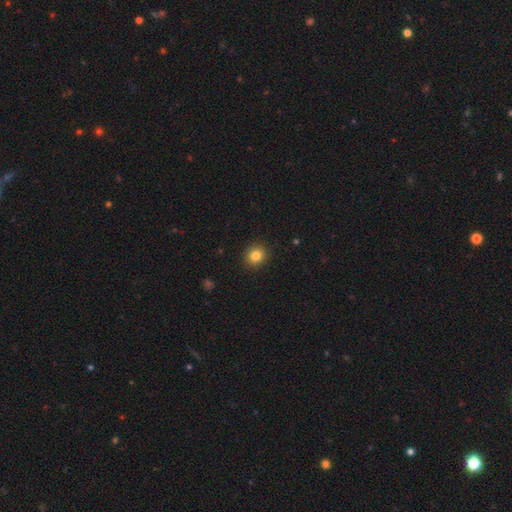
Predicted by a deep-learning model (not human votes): Q: Smooth or featured?
A: smooth (83%); runner-up: star or artifact (11%)
Q: How rounded?
A: round (85%); runner-up: in between (14%)
Q: Merging?
A: none (91%); runner-up: minor disturbance (6%)